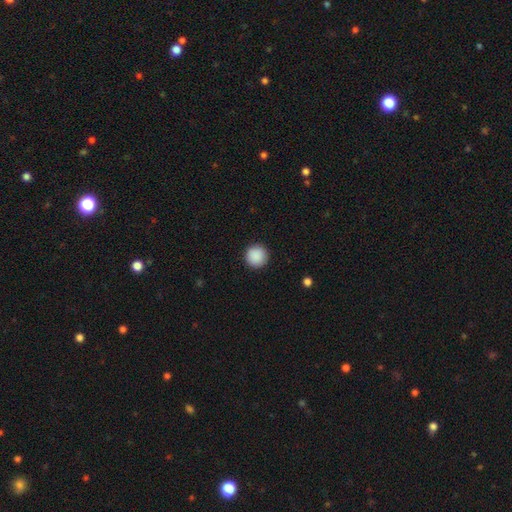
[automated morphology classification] Overall: smooth (89%). How rounded: round (96%). Merging: none (92%).